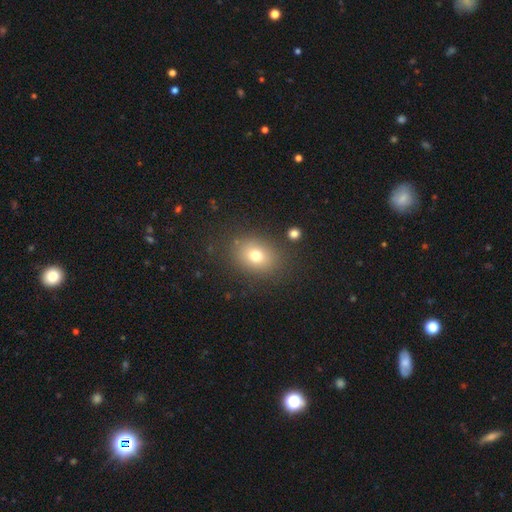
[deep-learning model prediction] Morphology: type=smooth (75%); roundness=in between (51%); merging=none (82%).